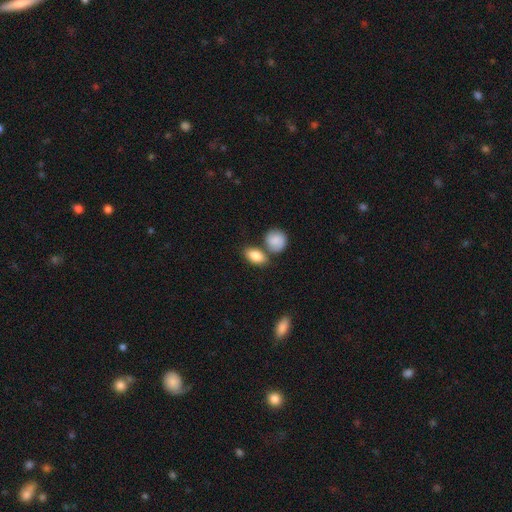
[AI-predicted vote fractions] A smooth galaxy with no disk features (86%) that is in between round and cigar-shaped (85%).

Vote fractions:
- Smooth or featured? smooth: 86% / featured or disk: 8% / star or artifact: 7%
- How rounded? in between: 85% / round: 11% / cigar-shaped: 3%
- Merging? none: 57% / merger: 26% / minor disturbance: 13% / major disturbance: 4%